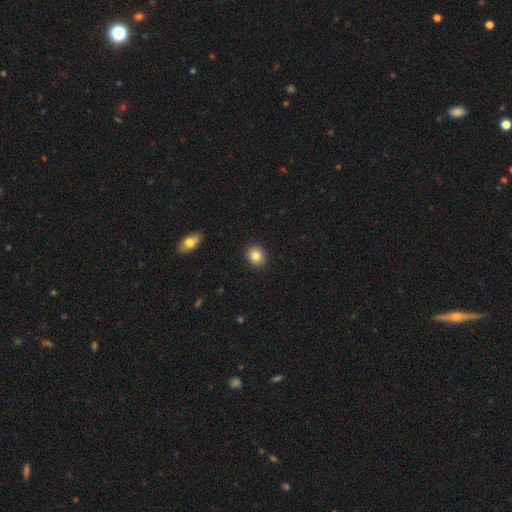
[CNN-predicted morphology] smooth 85%, star or artifact 9%, featured or disk 6%. Down the decision tree: how rounded — round (62%); merging — none (90%).